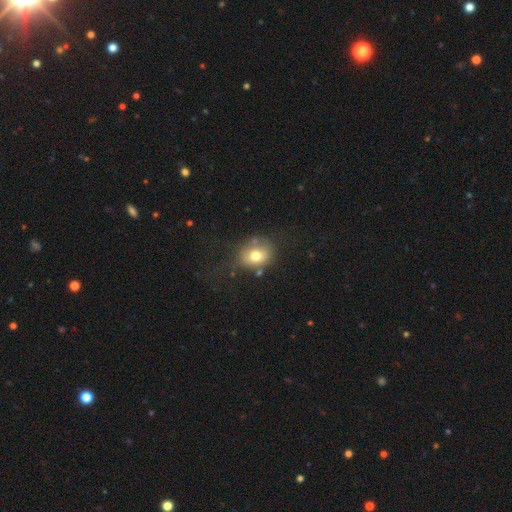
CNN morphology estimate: A smooth galaxy with no disk features (73%) that is round (53%). Merging: none (60%).